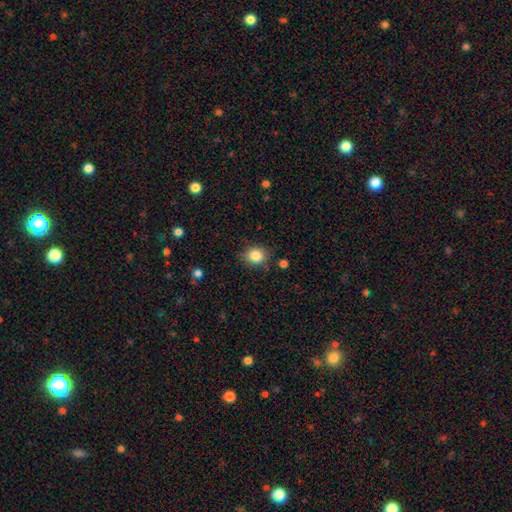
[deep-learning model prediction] The model was most divided on "how rounded": round: 73%, in between: 26%, cigar-shaped: 1%. More confident: smooth or featured — smooth (83%); merging — none (80%).